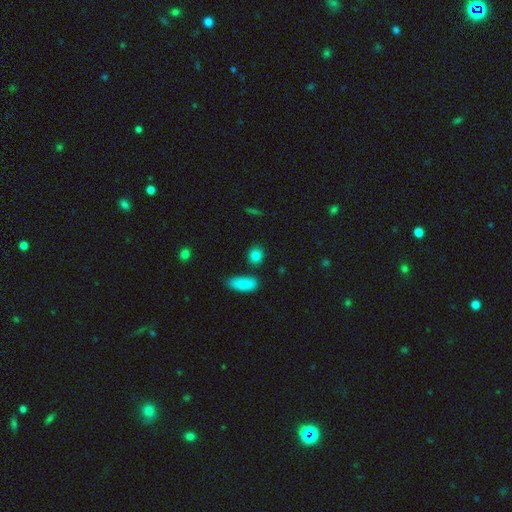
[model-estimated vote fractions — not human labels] Overall: smooth (85%). How rounded: round (74%). Merging: none (83%).